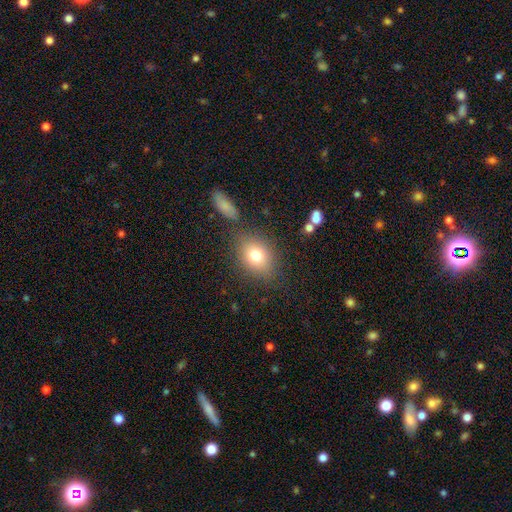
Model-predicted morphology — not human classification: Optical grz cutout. It shows a smooth galaxy with no disk features (77%) that is in between round and cigar-shaped (56%). Merging: none (78%).